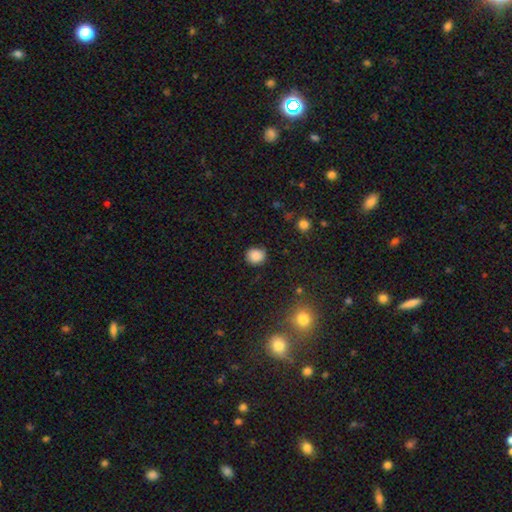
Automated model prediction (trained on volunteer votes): A smooth galaxy with no disk features (86%) that is round (76%). Merging: none (84%).